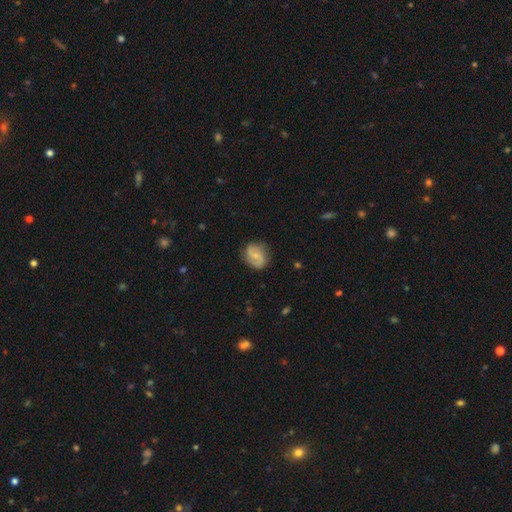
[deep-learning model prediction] Q: Smooth or featured?
A: featured or disk (64%); runner-up: smooth (30%)
Q: Edge-on disk?
A: no (97%); runner-up: yes (3%)
Q: Bar?
A: weak (49%); runner-up: no (37%)
Q: Spiral arms?
A: yes (90%); runner-up: no (10%)
Q: Spiral winding?
A: medium (45%); runner-up: loose (34%)
Q: Spiral arm count?
A: 2 (87%); runner-up: can't tell (7%)
Q: Bulge size?
A: small (57%); runner-up: moderate (28%)
Q: Merging?
A: none (78%); runner-up: minor disturbance (16%)